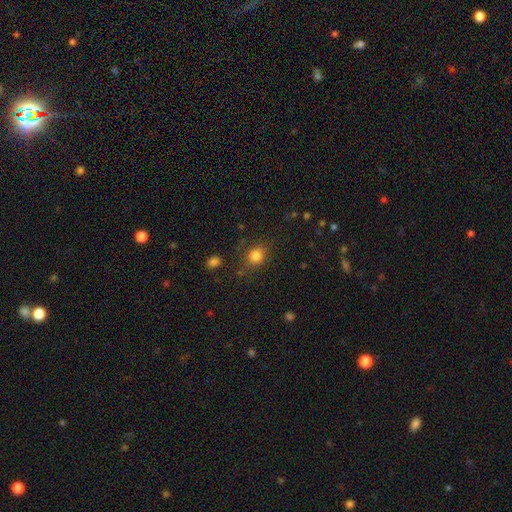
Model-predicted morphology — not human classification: smooth 82%, star or artifact 12%, featured or disk 6%. Down the decision tree: how rounded — round (67%); merging — none (76%).